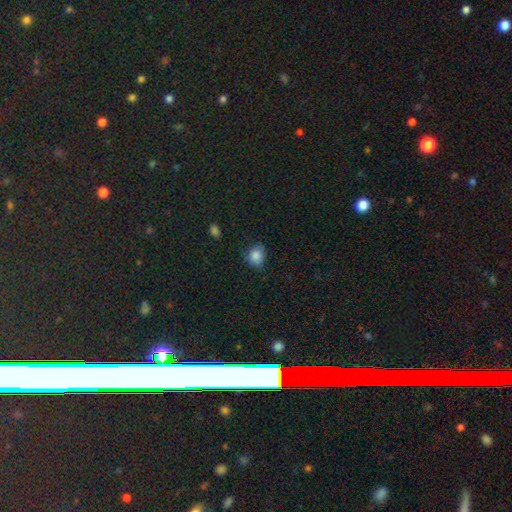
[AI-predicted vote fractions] Q: Smooth or featured?
A: smooth (84%); runner-up: star or artifact (10%)
Q: How rounded?
A: round (62%); runner-up: in between (37%)
Q: Merging?
A: none (68%); runner-up: minor disturbance (25%)